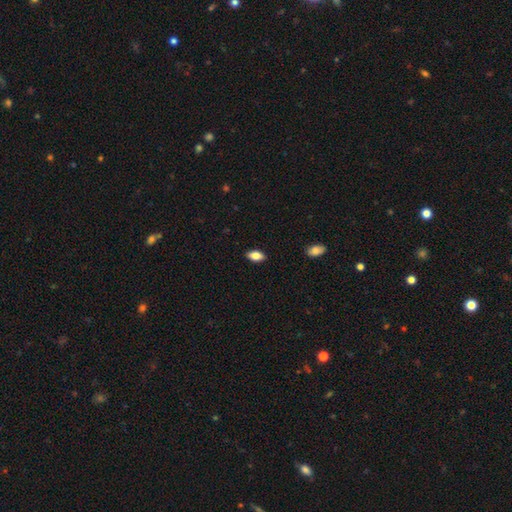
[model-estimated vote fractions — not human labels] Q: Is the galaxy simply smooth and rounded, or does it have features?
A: smooth — 82%.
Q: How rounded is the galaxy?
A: in between — 90%.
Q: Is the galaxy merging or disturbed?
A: none — 89%.